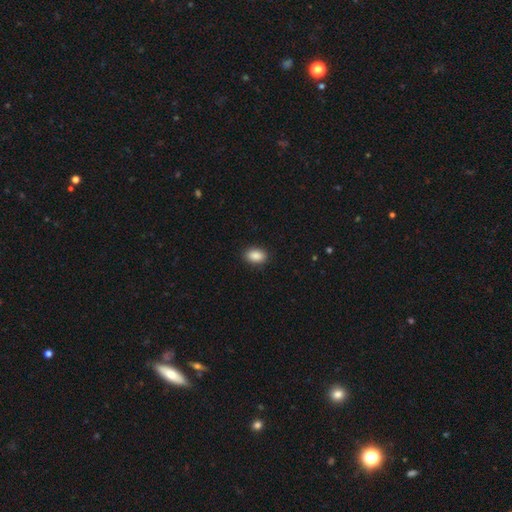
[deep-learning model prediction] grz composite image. It shows a smooth galaxy with no disk features (89%) that is in between round and cigar-shaped (83%). Merging: none (90%).